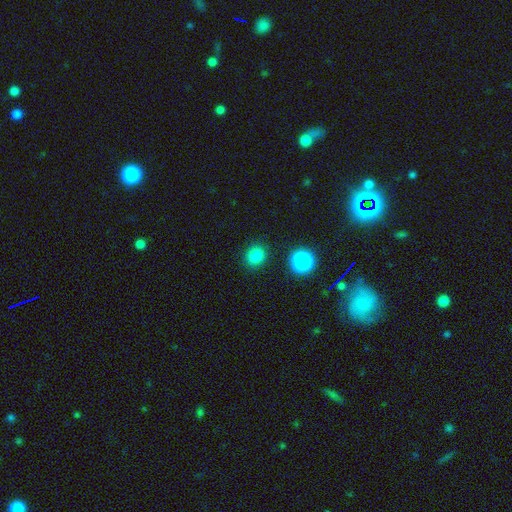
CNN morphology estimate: Overall: smooth (82%). How rounded: round (77%). Merging: none (88%).